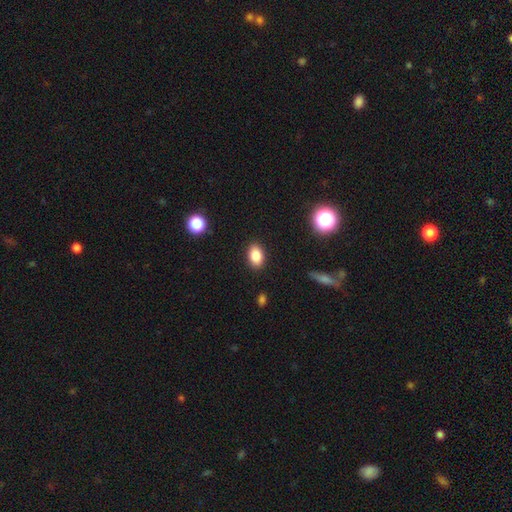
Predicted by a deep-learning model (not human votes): Smooth or featured? smooth (85%)
How rounded? in between (85%)
Merging? none (89%)